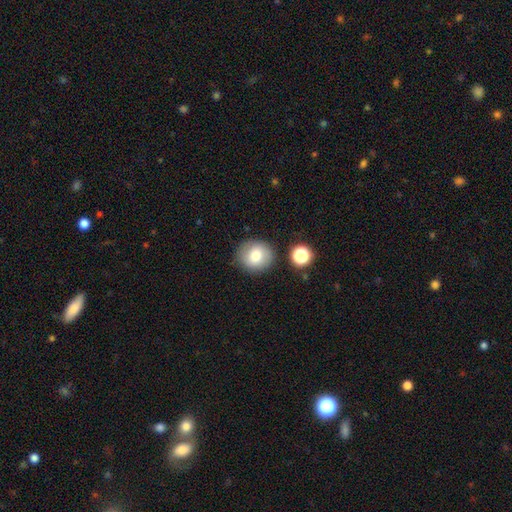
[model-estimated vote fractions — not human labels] Morphology: type=smooth (76%); roundness=round (86%); merging=none (84%).